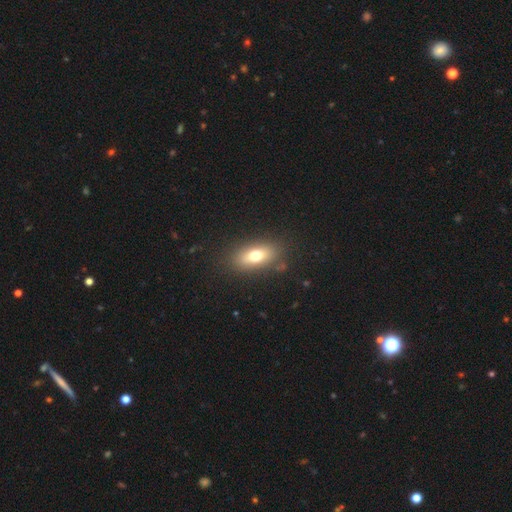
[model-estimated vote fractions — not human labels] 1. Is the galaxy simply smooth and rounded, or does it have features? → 70% smooth, 21% featured or disk, 9% star or artifact.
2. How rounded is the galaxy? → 79% in between, 14% cigar-shaped, 8% round.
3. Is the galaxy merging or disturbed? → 83% none, 11% minor disturbance, 4% major disturbance, 2% merger.